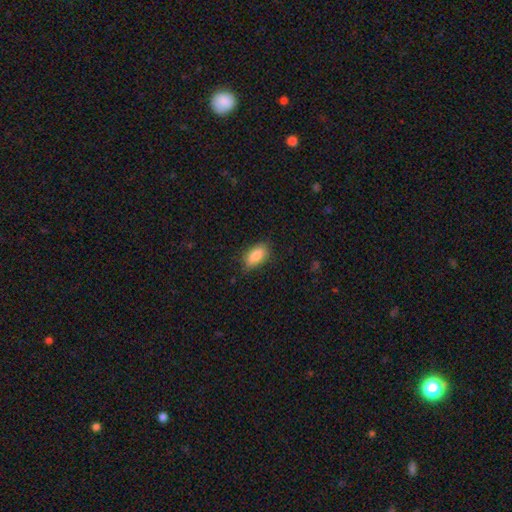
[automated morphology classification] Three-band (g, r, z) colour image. It shows a smooth galaxy with no disk features (85%) that is in between round and cigar-shaped (89%). Merging: none (79%).